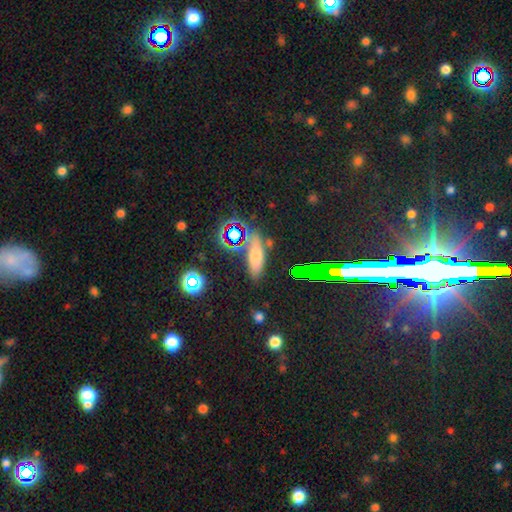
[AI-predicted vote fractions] smooth 58%, star or artifact 27%, featured or disk 15%. Down the decision tree: how rounded — in between (54%); merging — none (71%).